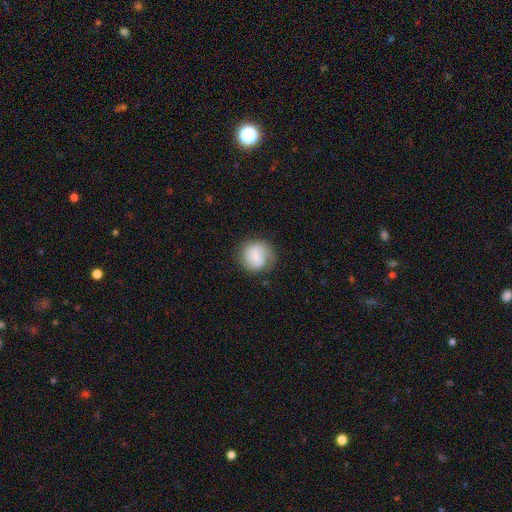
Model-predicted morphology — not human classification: Smooth or featured?
  - smooth: 50% *
  - featured or disk: 42%
  - star or artifact: 8%
How rounded?
  - round: 87% *
  - in between: 12%
  - cigar-shaped: 1%
Merging?
  - none: 72% *
  - minor disturbance: 18%
  - major disturbance: 8%
  - merger: 1%